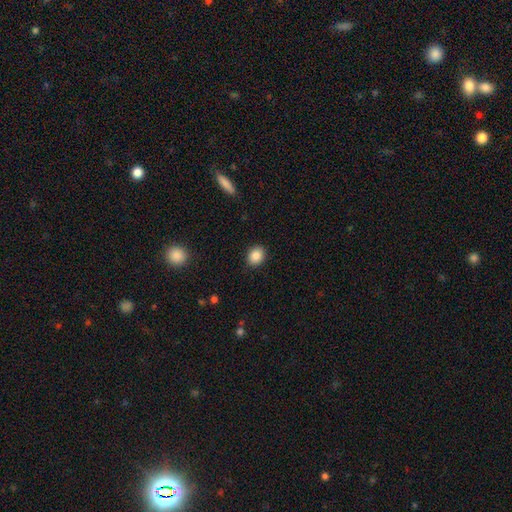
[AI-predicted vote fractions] This appears to be a smooth galaxy with no disk features (87%) that is round (53%). Merging: none (89%).